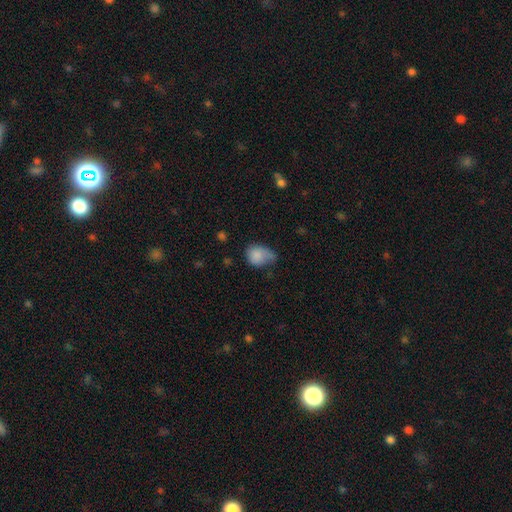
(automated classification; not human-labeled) smooth-or-featured: smooth: 80% | featured or disk: 11% | star or artifact: 8%
  how-rounded: in between: 51% | round: 48% | cigar-shaped: 1%
  merging: minor disturbance: 40% | none: 31% | major disturbance: 23% | merger: 6%